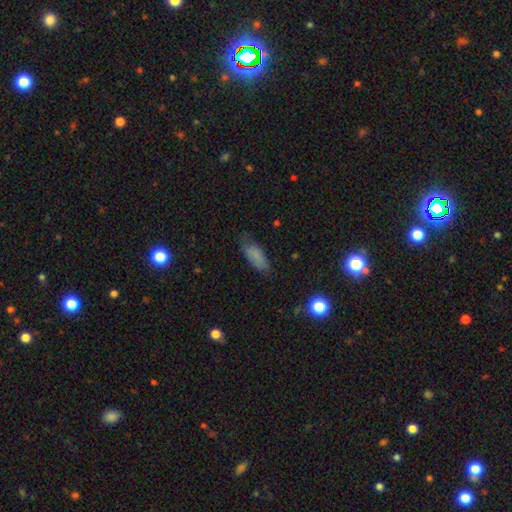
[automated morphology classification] Overall: smooth (80%). How rounded: in between (78%). Merging: none (67%).